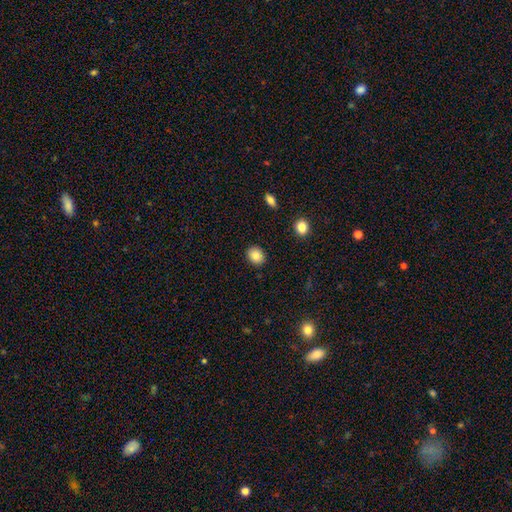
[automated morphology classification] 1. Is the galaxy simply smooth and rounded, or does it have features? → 85% smooth, 9% star or artifact, 6% featured or disk.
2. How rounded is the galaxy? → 68% round, 31% in between, 1% cigar-shaped.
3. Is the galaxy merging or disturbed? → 90% none, 6% minor disturbance, 2% major disturbance, 1% merger.